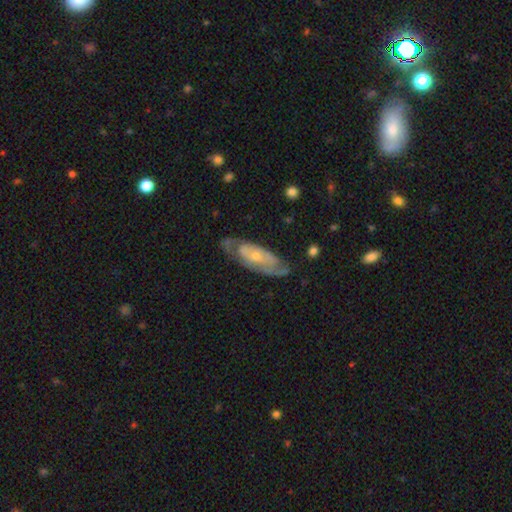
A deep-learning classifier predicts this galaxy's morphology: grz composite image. It shows a featured or disk galaxy (73%) with no bar (73%), spiral arms (76%) and a small central bulge (61%). Merging: none (65%).